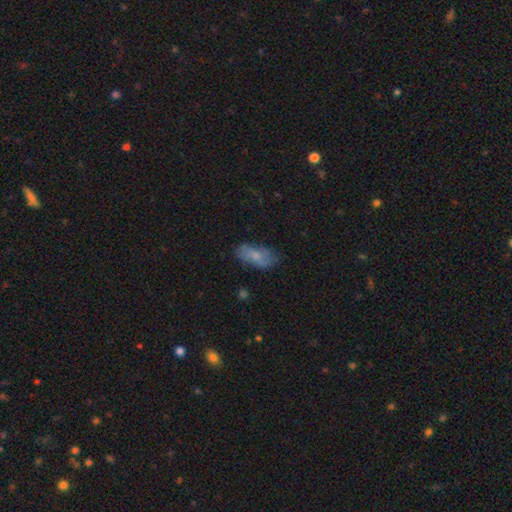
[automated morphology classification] A smooth galaxy with no disk features (73%) that is in between round and cigar-shaped (88%). Merging: none (64%).